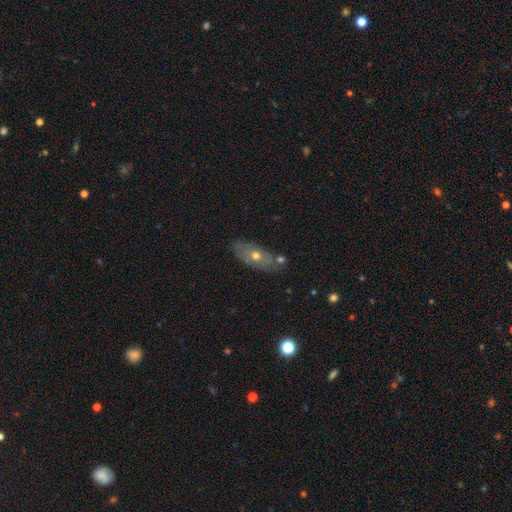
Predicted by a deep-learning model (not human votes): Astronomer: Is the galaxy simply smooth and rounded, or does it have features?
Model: featured or disk — 51% (runner-up: smooth, 39%).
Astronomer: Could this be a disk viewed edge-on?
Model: no — 77%.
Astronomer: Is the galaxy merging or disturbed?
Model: none — 73%.